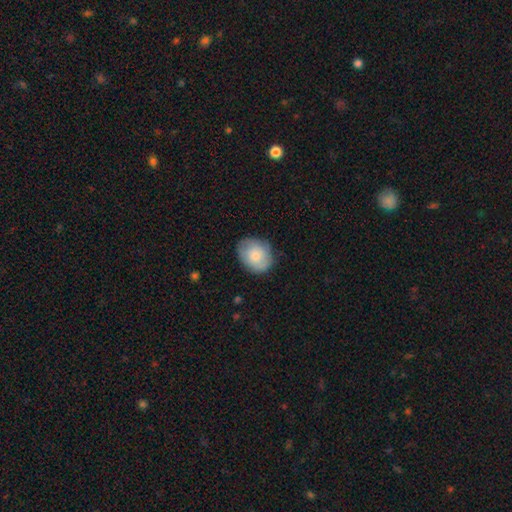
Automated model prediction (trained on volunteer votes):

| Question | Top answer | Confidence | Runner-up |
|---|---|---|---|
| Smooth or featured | smooth | 73% | featured or disk (20%) |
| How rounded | round | 53% | in between (47%) |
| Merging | none | 75% | minor disturbance (19%) |